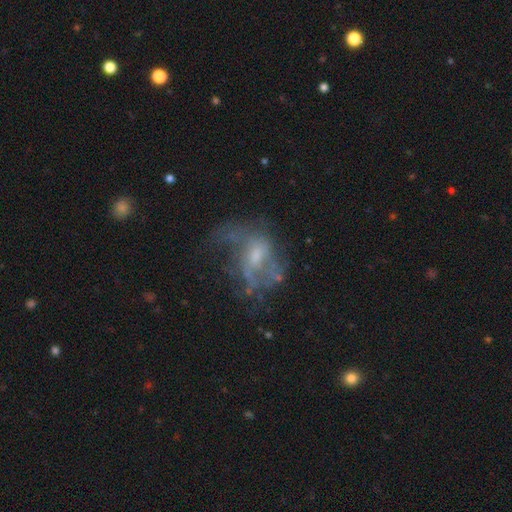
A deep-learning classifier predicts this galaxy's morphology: smooth_or_featured: featured or disk (p=0.67) [alt: smooth p=0.20]
disk_edge_on: no (p=0.97) [alt: yes p=0.03]
bar: no (p=0.58) [alt: weak p=0.35]
has_spiral_arms: yes (p=0.54) [alt: no p=0.46]
bulge_size: small (p=0.44) [alt: moderate p=0.37]
merging: major disturbance (p=0.38) [alt: none p=0.37]